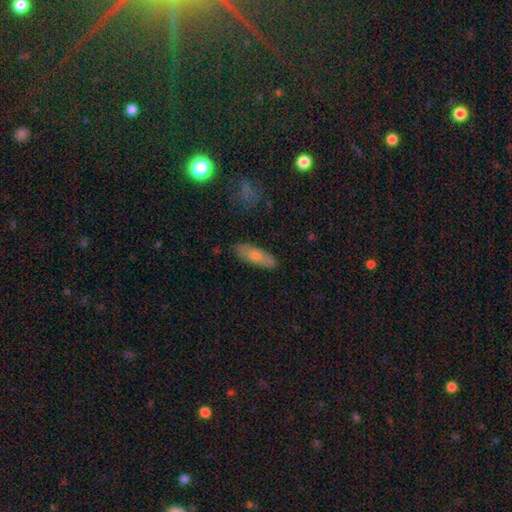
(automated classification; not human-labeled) A smooth galaxy with no disk features (68%) that is in between round and cigar-shaped (63%). Merging: none (84%).